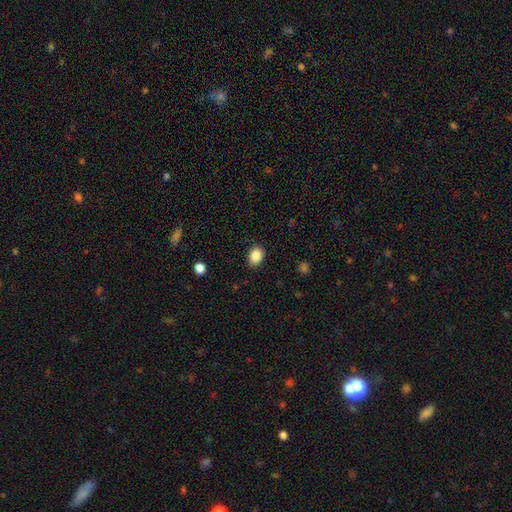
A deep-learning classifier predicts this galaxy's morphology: This appears to be a smooth galaxy with no disk features (87%) that is in between round and cigar-shaped (65%). Merging: none (88%).